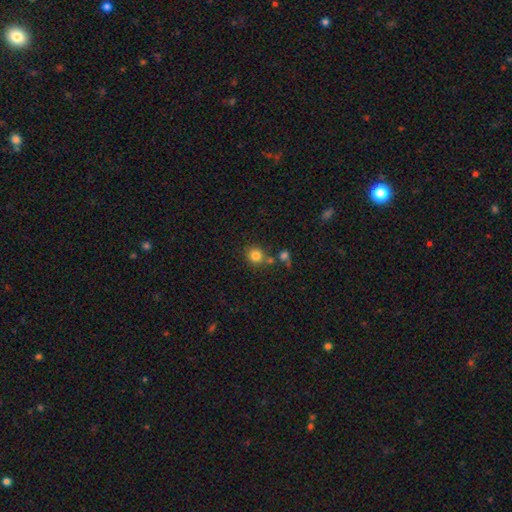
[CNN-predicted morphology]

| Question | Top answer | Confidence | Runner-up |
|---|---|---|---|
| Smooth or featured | smooth | 82% | star or artifact (11%) |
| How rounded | round | 87% | in between (12%) |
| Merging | none | 70% | merger (16%) |